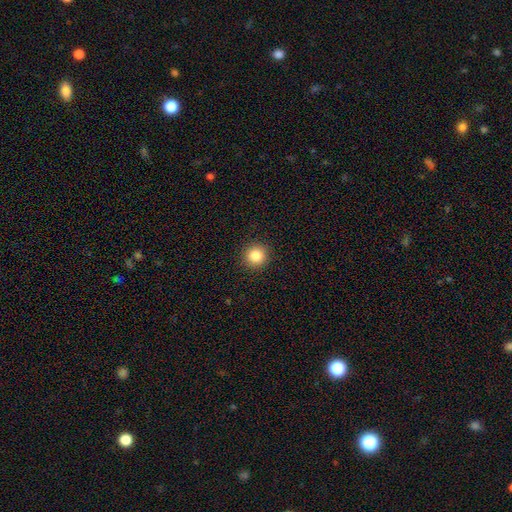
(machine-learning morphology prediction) Smooth or featured?
  - smooth: 86% *
  - star or artifact: 10%
  - featured or disk: 4%
How rounded?
  - round: 94% *
  - in between: 6%
  - cigar-shaped: 1%
Merging?
  - none: 92% *
  - minor disturbance: 5%
  - major disturbance: 2%
  - merger: 1%